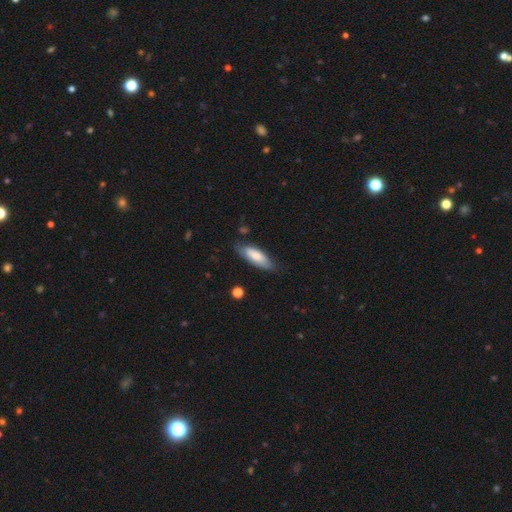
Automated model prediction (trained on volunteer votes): A smooth galaxy with no disk features (74%) that is in between round and cigar-shaped (65%). Merging: none (71%).